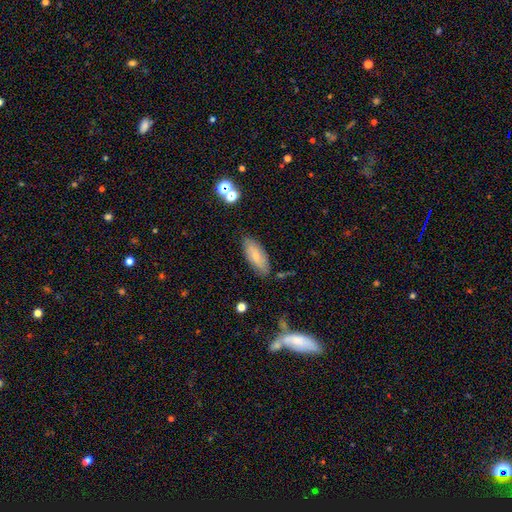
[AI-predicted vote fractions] Overall: smooth (70%). How rounded: in between (79%). Merging: none (78%).